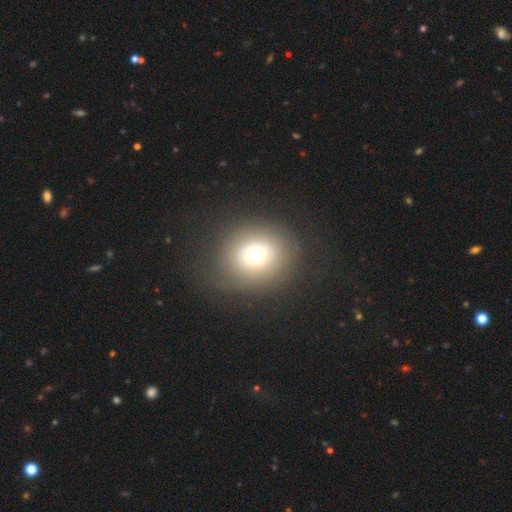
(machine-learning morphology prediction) type=smooth (65%); roundness=round (85%); merging=none (80%).